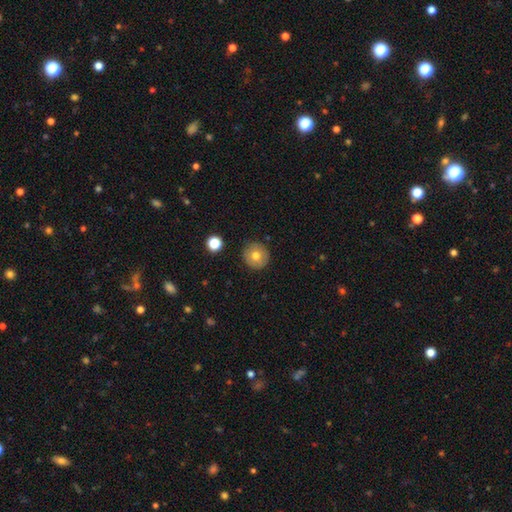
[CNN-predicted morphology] Smooth or featured?
  - smooth: 72% *
  - featured or disk: 19%
  - star or artifact: 9%
How rounded?
  - round: 93% *
  - in between: 6%
  - cigar-shaped: 1%
Merging?
  - none: 89% *
  - minor disturbance: 8%
  - major disturbance: 2%
  - merger: 1%